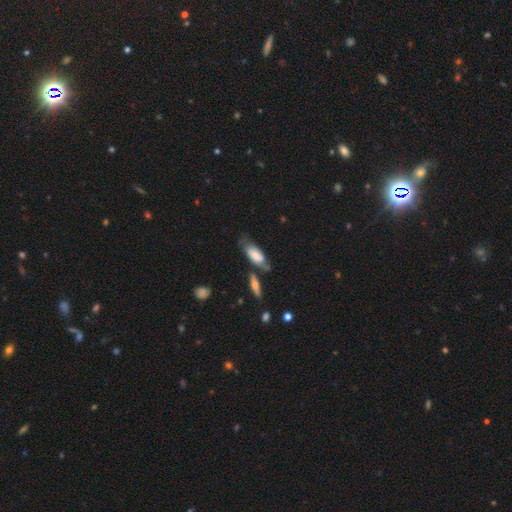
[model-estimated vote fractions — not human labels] Q: Smooth or featured?
A: smooth (66%); runner-up: featured or disk (27%)
Q: How rounded?
A: in between (79%); runner-up: cigar-shaped (19%)
Q: Merging?
A: none (46%); runner-up: minor disturbance (26%)